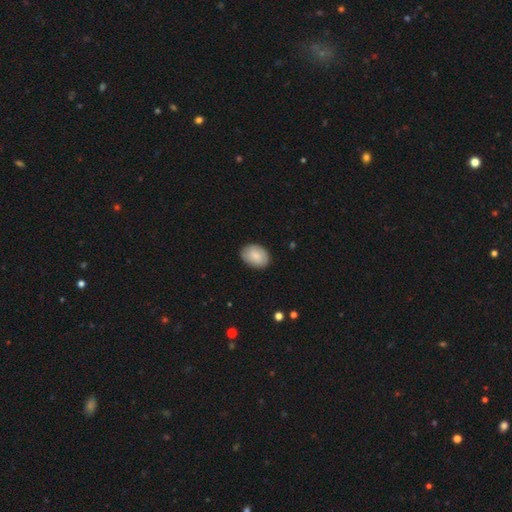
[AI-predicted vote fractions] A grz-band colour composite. It shows a smooth galaxy with no disk features (83%) that is in between round and cigar-shaped (76%). Merging: none (86%).